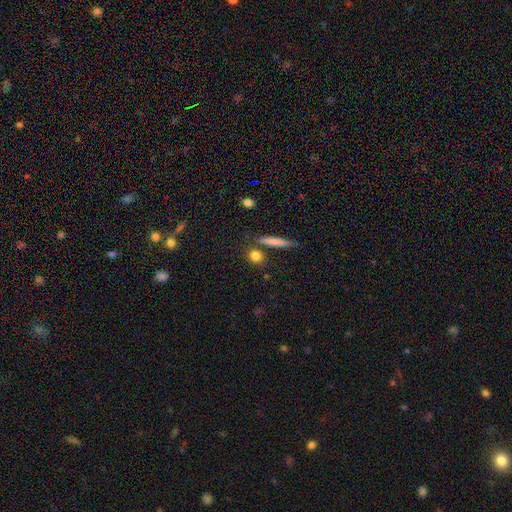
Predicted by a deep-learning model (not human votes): This appears to be a smooth galaxy with no disk features (80%) that is round (67%). Merging: none (77%).